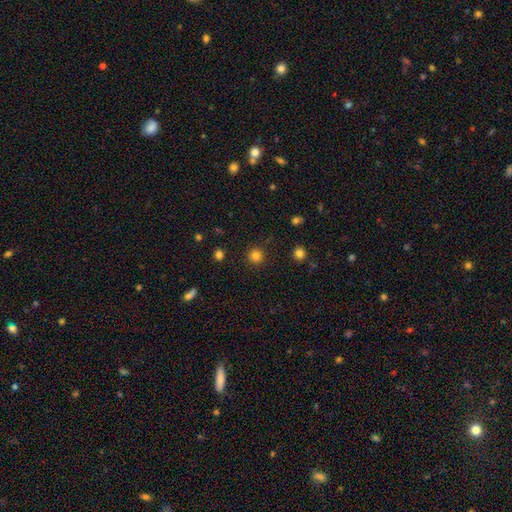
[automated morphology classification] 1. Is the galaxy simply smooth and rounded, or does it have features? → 82% smooth, 14% star or artifact, 4% featured or disk.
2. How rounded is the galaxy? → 95% round, 4% in between, 1% cigar-shaped.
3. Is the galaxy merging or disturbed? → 91% none, 5% minor disturbance, 2% major disturbance, 1% merger.